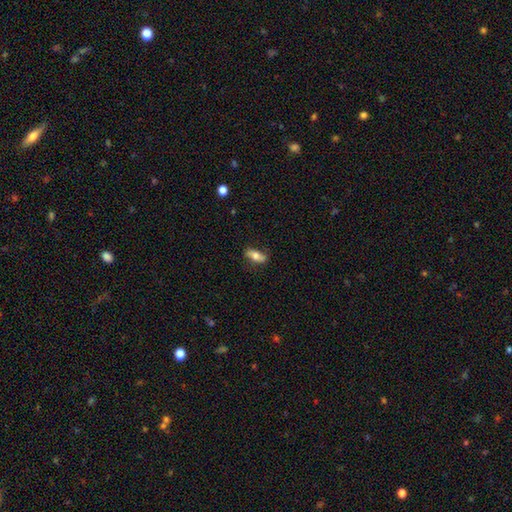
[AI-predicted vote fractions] Overall: smooth (64%; featured or disk 29%). How rounded: in between (73%). Merging: none (75%).